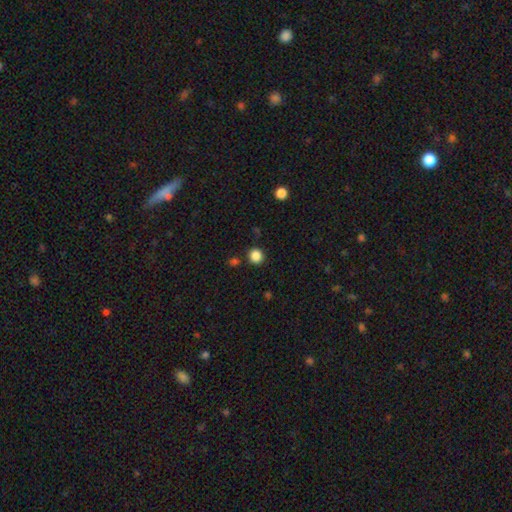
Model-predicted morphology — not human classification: This is clearly a smooth galaxy (86%). How rounded: clearly round (91%). Merging: clearly none (88%).